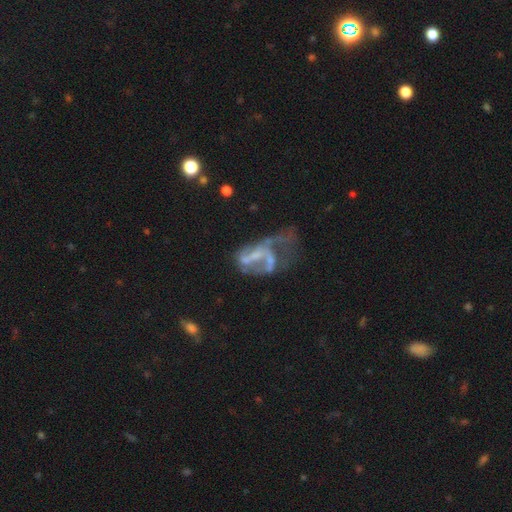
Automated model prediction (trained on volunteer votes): Smooth or featured: featured or disk — 70% (smooth — 17%)
Edge-on disk: no — 97% (yes — 3%)
Bar: no — 59% (weak — 28%)
Spiral arms: no — 57% (yes — 43%)
Bulge size: none — 53% (small — 26%)
Merging: major disturbance — 48% (merger — 21%)